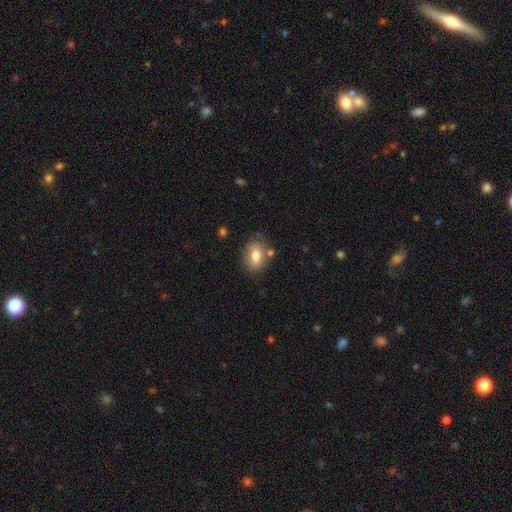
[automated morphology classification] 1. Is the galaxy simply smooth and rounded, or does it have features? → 78% smooth, 14% featured or disk, 8% star or artifact.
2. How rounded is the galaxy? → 74% in between, 25% round, 2% cigar-shaped.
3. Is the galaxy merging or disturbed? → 75% none, 15% minor disturbance, 7% merger, 4% major disturbance.